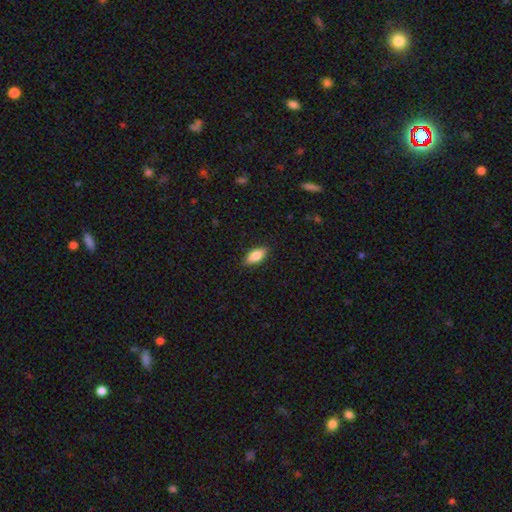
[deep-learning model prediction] Q: Smooth or featured?
A: smooth (82%); runner-up: featured or disk (11%)
Q: How rounded?
A: in between (84%); runner-up: cigar-shaped (13%)
Q: Merging?
A: none (87%); runner-up: minor disturbance (10%)